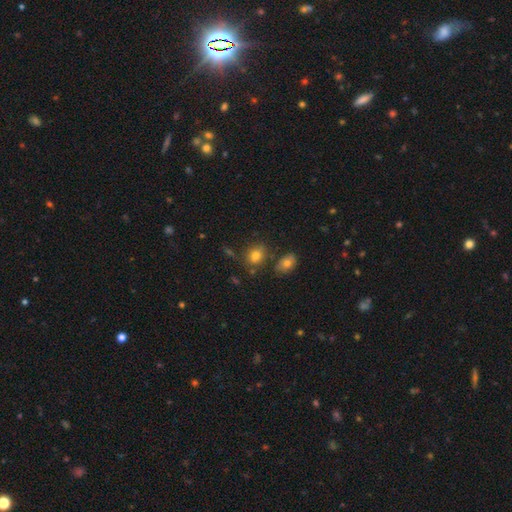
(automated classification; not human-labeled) smooth 79%, star or artifact 11%, featured or disk 10%. Down the decision tree: how rounded — round (52%); merging — none (70%).